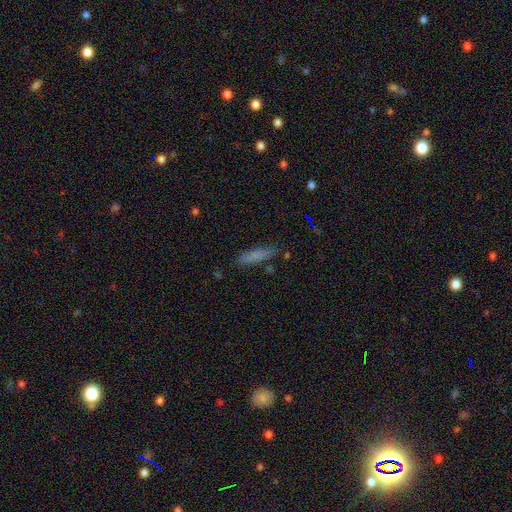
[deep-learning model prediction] smooth 78%, featured or disk 14%, star or artifact 8%. Down the decision tree: how rounded — cigar-shaped (82%); merging — none (83%).